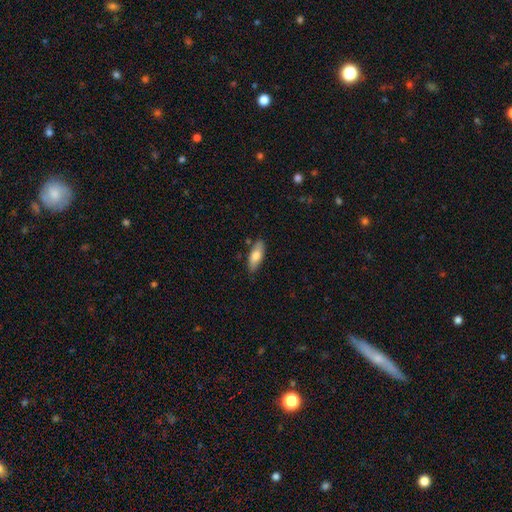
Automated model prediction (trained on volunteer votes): Smooth or featured? Predicted: smooth (p=0.74). How rounded? Predicted: in between (p=0.70). Merging? Predicted: none (p=0.81).